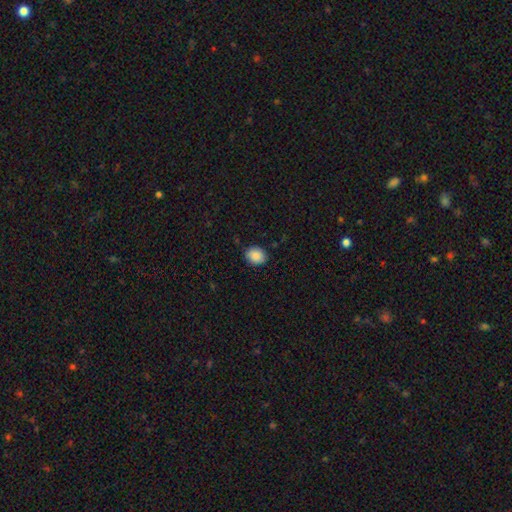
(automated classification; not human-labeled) smooth_or_featured: smooth (p=0.87) [alt: star or artifact p=0.08]
how_rounded: round (p=0.63) [alt: in between p=0.36]
merging: none (p=0.84) [alt: minor disturbance p=0.12]